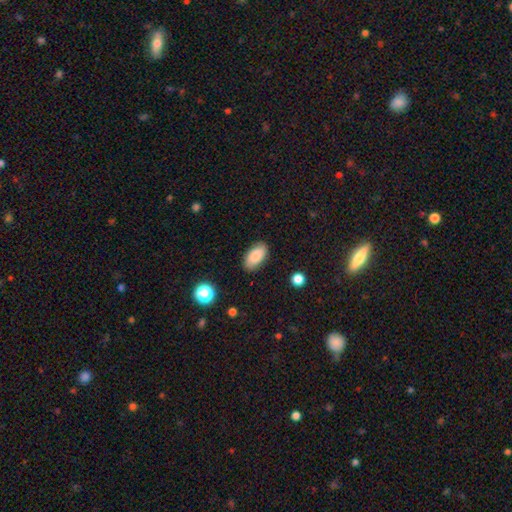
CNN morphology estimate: smooth 87%, star or artifact 7%, featured or disk 6%. Down the decision tree: how rounded — in between (94%); merging — none (85%).